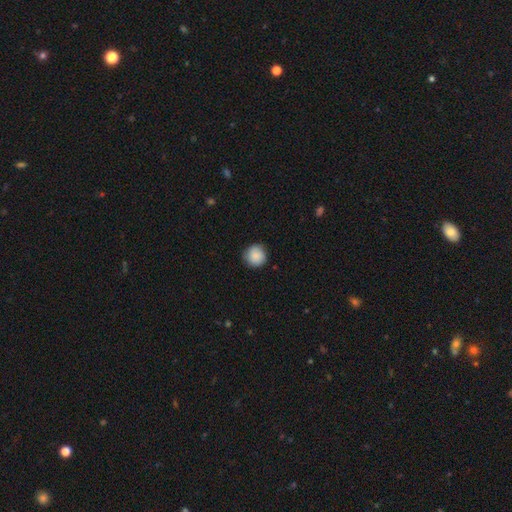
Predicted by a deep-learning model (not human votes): Smooth or featured?
  - smooth: 88% *
  - star or artifact: 7%
  - featured or disk: 5%
How rounded?
  - round: 94% *
  - in between: 5%
  - cigar-shaped: 1%
Merging?
  - none: 86% *
  - minor disturbance: 11%
  - major disturbance: 2%
  - merger: 1%